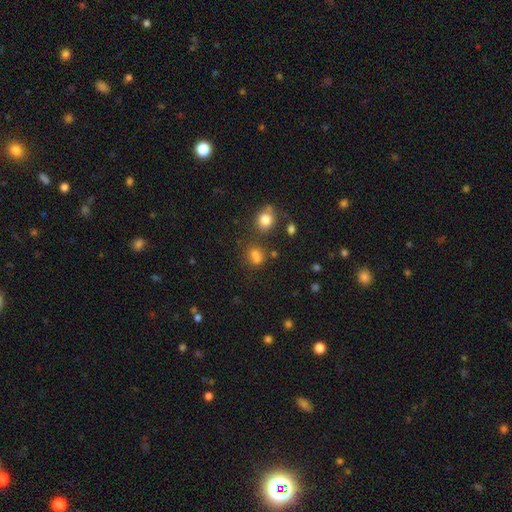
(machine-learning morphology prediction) Smooth or featured: smooth — 71% (star or artifact — 19%)
How rounded: round — 58% (in between — 40%)
Merging: none — 53% (merger — 25%)